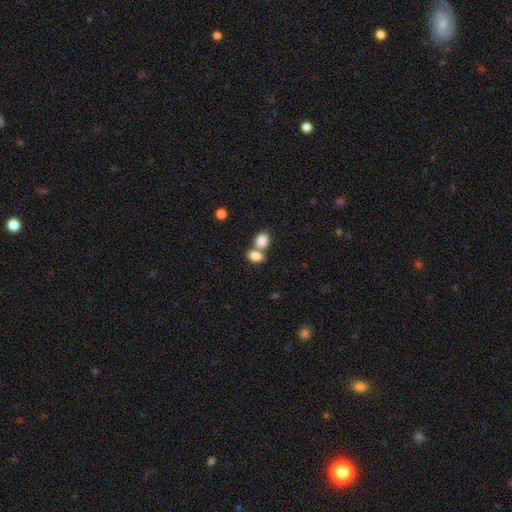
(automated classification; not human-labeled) This is clearly a smooth galaxy (83%). How rounded: likely in between (76%). Merging: possibly merger (57%).